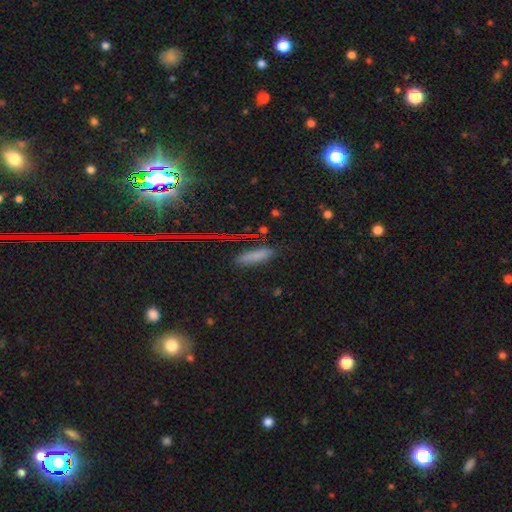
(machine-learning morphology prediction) This is likely a smooth galaxy (76%). How rounded: possibly cigar-shaped (59%). Merging: clearly none (82%).